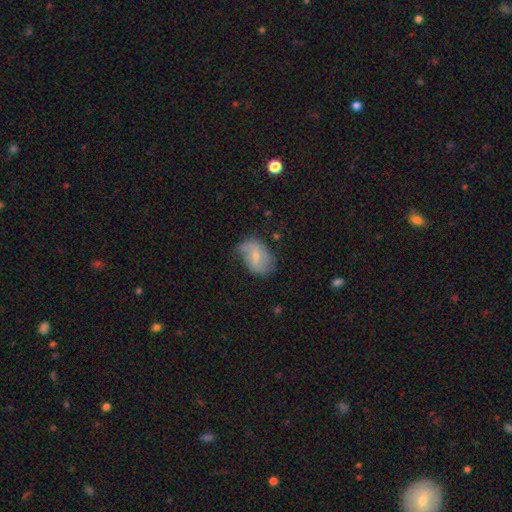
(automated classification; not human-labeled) Smooth or featured?
  - featured or disk: 51% *
  - smooth: 41%
  - star or artifact: 8%
Edge-on disk?
  - no: 95% *
  - yes: 5%
Merging?
  - none: 50% *
  - minor disturbance: 34%
  - major disturbance: 14%
  - merger: 2%